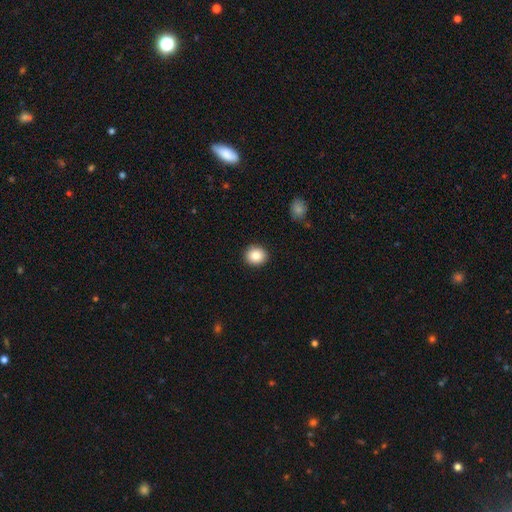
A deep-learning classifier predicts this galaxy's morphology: A smooth galaxy with no disk features (86%) that is round (86%).

Vote fractions:
- Smooth or featured? smooth: 86% / star or artifact: 9% / featured or disk: 5%
- How rounded? round: 86% / in between: 13% / cigar-shaped: 1%
- Merging? none: 92% / minor disturbance: 6% / major disturbance: 2% / merger: 1%